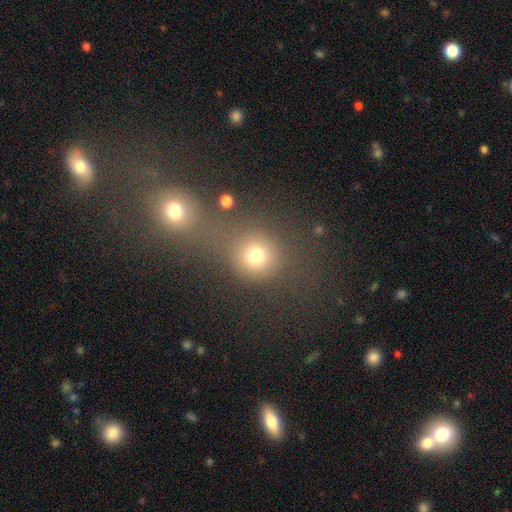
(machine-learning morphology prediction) A smooth galaxy with no disk features (74%) that is round (86%).

Vote fractions:
- Smooth or featured? smooth: 74% / star or artifact: 17% / featured or disk: 9%
- How rounded? round: 86% / in between: 12% / cigar-shaped: 2%
- Merging? none: 57% / merger: 24% / minor disturbance: 10% / major disturbance: 8%